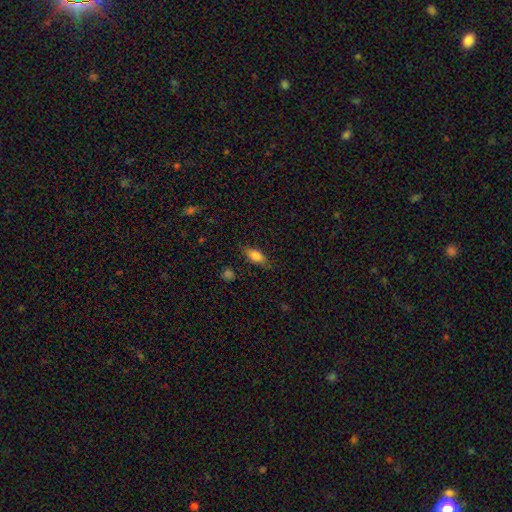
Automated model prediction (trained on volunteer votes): Smooth or featured?
  - smooth: 78% *
  - featured or disk: 14%
  - star or artifact: 8%
How rounded?
  - in between: 79% *
  - cigar-shaped: 16%
  - round: 5%
Merging?
  - none: 81% *
  - minor disturbance: 14%
  - major disturbance: 3%
  - merger: 1%